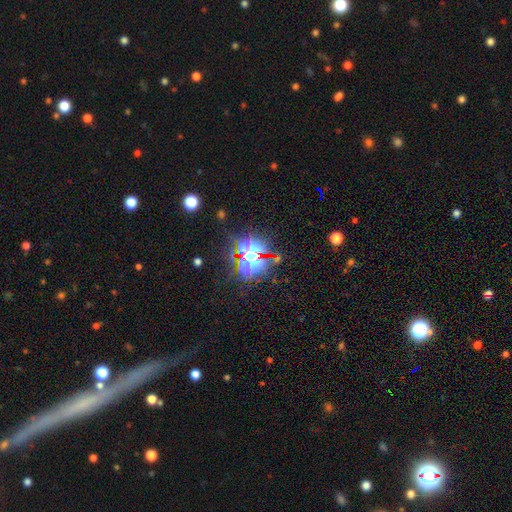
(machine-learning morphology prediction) A star or artifact, not a galaxy (66%).

Vote fractions:
- Smooth or featured? star or artifact: 66% / smooth: 22% / featured or disk: 11%